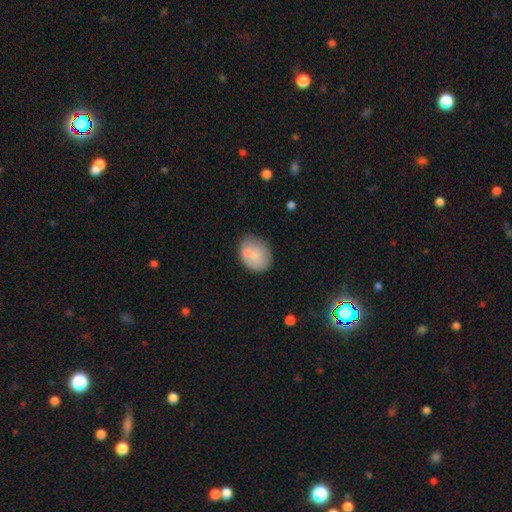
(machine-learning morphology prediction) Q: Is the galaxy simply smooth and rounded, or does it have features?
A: smooth — 74%.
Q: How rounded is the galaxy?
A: round — 54%.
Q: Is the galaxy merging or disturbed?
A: none — 58%.